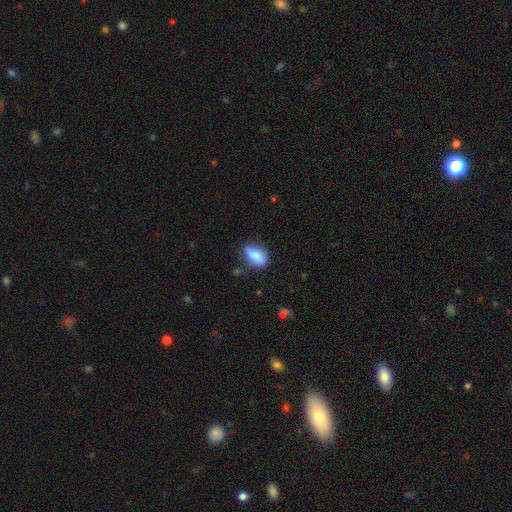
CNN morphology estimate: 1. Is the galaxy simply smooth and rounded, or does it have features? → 83% smooth, 10% featured or disk, 7% star or artifact.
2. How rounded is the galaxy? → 86% in between, 9% cigar-shaped, 5% round.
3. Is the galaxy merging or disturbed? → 68% none, 23% minor disturbance, 6% major disturbance, 3% merger.